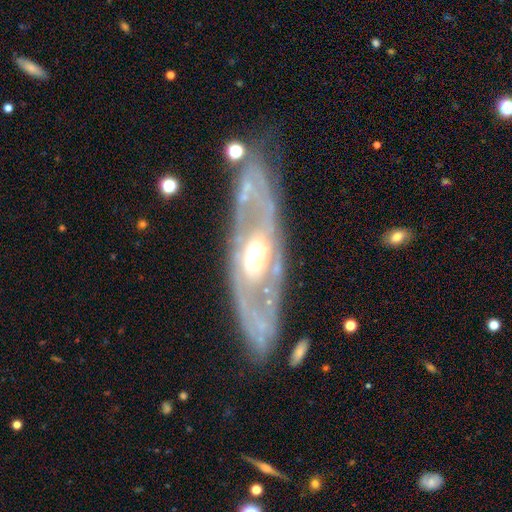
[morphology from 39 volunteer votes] Smooth or featured? 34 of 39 (87%) said featured or disk. Edge-on disk? 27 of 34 (79%) said no. Bar? 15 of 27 (56%) said no. Spiral arms? 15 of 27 (56%) said yes. Spiral winding? 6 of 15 (40%, tied with medium) said tight. Spiral arm count? 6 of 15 (40%) said 2. Bulge size? 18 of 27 (67%) said moderate. Merging? 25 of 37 (68%) said none.